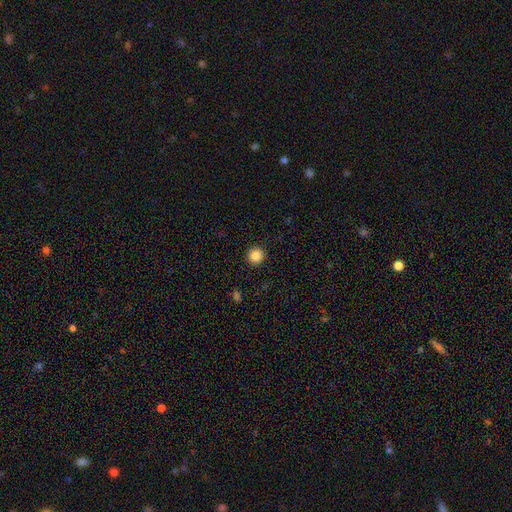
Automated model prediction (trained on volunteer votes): Q: Smooth or featured?
A: smooth (87%); runner-up: star or artifact (10%)
Q: How rounded?
A: round (95%); runner-up: in between (4%)
Q: Merging?
A: none (93%); runner-up: minor disturbance (5%)